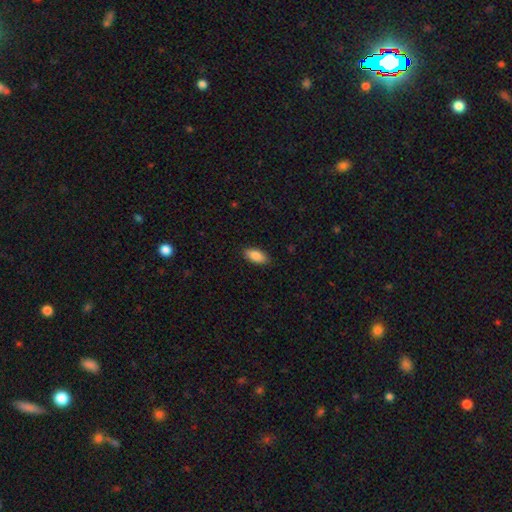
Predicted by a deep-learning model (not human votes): Morphology: type=smooth (87%); roundness=in between (88%); merging=none (87%).